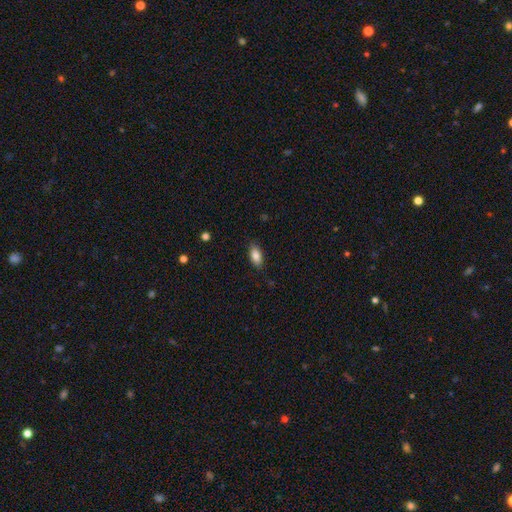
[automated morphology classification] type=smooth (86%); roundness=in between (90%); merging=none (85%).